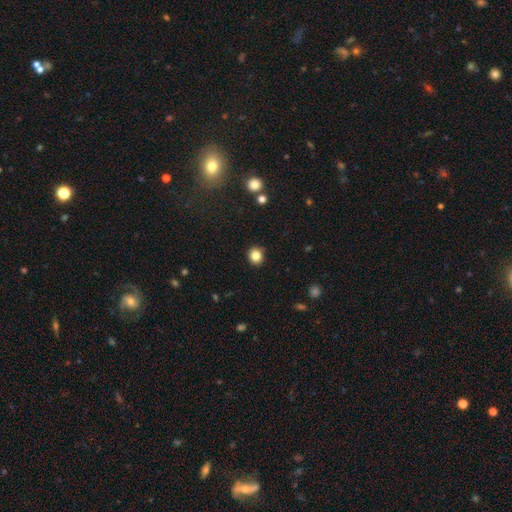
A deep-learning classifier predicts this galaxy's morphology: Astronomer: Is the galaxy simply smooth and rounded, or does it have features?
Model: smooth — 83%.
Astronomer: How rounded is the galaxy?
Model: round — 81%.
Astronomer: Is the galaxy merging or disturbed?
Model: none — 90%.